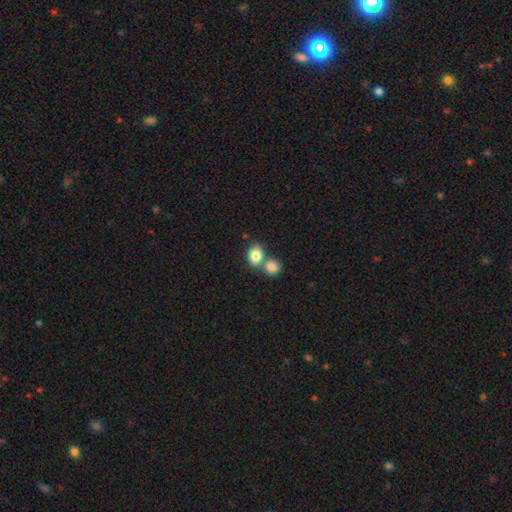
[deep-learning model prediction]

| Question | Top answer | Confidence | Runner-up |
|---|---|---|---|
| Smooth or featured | smooth | 83% | star or artifact (9%) |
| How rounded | in between | 51% | round (48%) |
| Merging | merger | 45% | none (44%) |